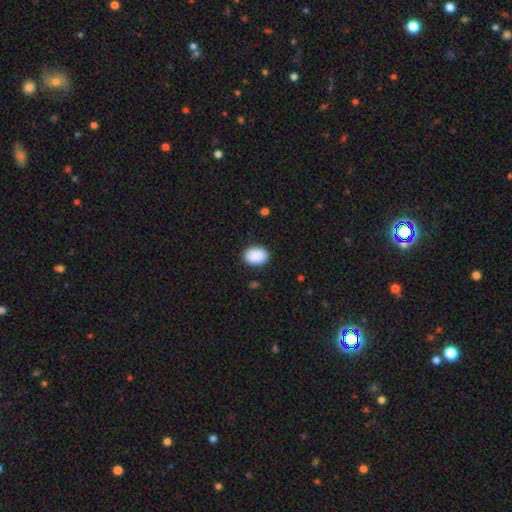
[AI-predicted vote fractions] Morphology: type=smooth (91%); roundness=in between (74%); merging=none (89%).